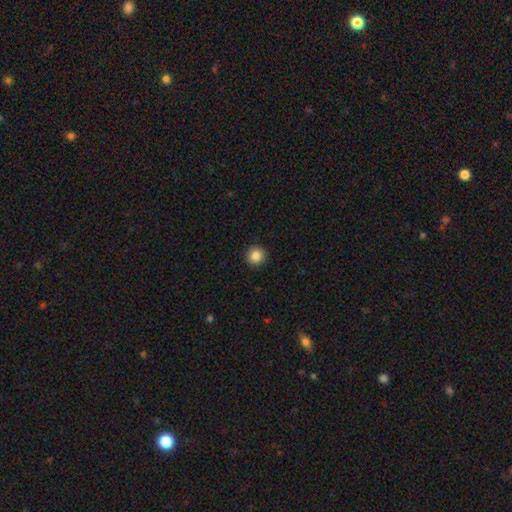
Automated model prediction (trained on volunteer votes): smooth-or-featured: smooth: 86% | star or artifact: 10% | featured or disk: 4%
  how-rounded: round: 95% | in between: 4% | cigar-shaped: 1%
  merging: none: 93% | minor disturbance: 5% | major disturbance: 2% | merger: 1%